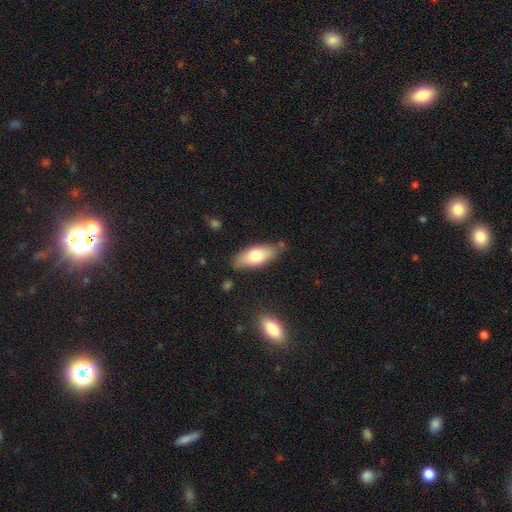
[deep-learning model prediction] Smooth or featured: smooth — 70% (featured or disk — 24%)
How rounded: in between — 79% (cigar-shaped — 18%)
Merging: none — 78% (minor disturbance — 16%)